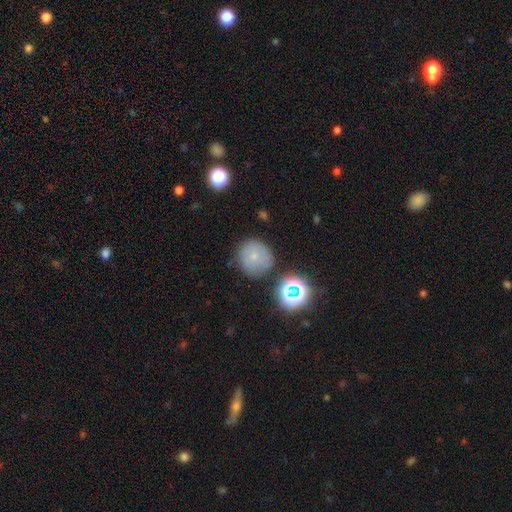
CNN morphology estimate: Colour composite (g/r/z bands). It shows a smooth galaxy with no disk features (66%) that is round (92%). Merging: none (77%).